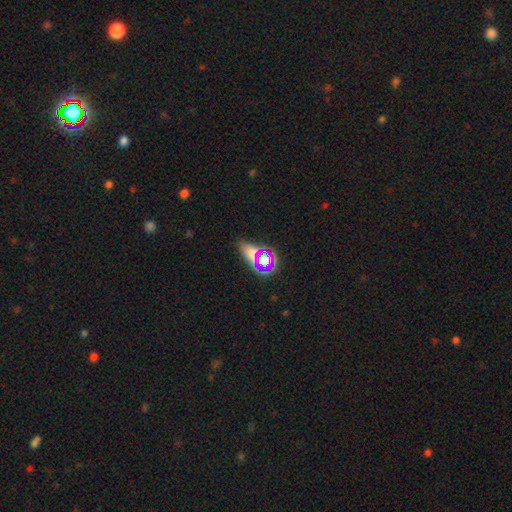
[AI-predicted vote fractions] smooth_or_featured: smooth (p=0.44) [alt: star or artifact p=0.41]
merging: none (p=0.61) [alt: minor disturbance p=0.15]